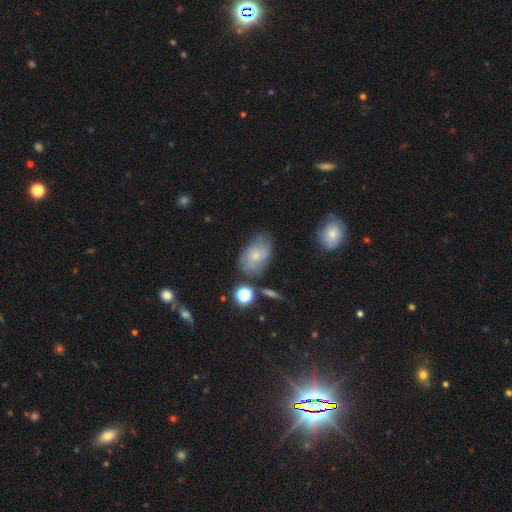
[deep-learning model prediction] This is possibly a smooth galaxy (47%). Merging: possibly none (55%).